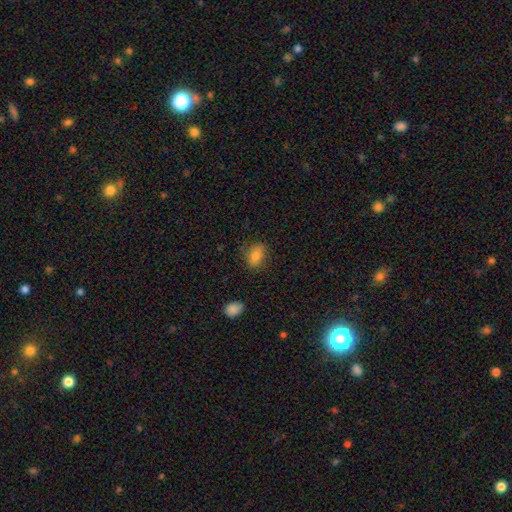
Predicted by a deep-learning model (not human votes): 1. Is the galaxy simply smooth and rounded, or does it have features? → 82% smooth, 10% star or artifact, 8% featured or disk.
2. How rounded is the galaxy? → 77% in between, 20% round, 3% cigar-shaped.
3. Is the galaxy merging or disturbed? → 79% none, 16% minor disturbance, 4% major disturbance, 1% merger.